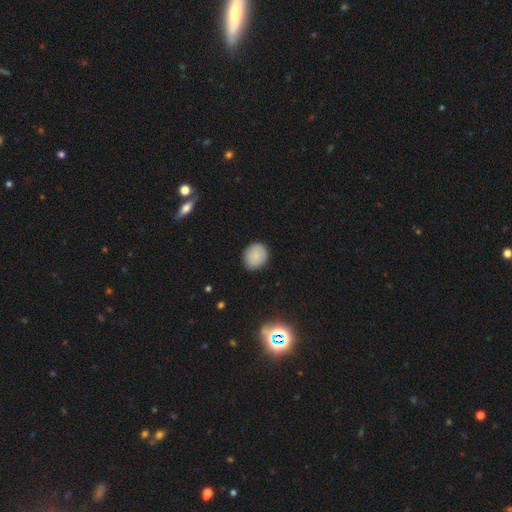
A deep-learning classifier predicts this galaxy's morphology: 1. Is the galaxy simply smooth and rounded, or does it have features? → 86% smooth, 9% star or artifact, 6% featured or disk.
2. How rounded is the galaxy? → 77% round, 22% in between, 1% cigar-shaped.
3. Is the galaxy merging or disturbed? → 87% none, 9% minor disturbance, 2% major disturbance, 1% merger.